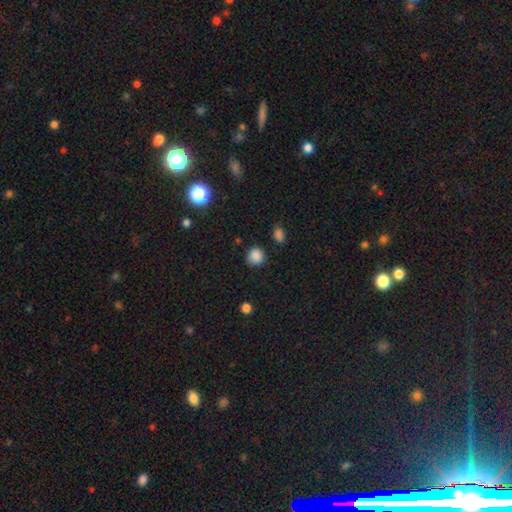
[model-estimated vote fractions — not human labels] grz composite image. It shows a smooth galaxy with no disk features (84%) that is round (87%). Merging: none (81%).